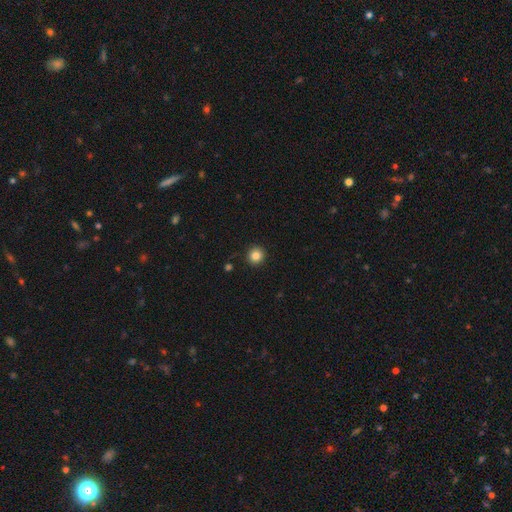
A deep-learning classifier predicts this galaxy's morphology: This is clearly a smooth galaxy (84%). How rounded: clearly round (94%). Merging: clearly none (91%).